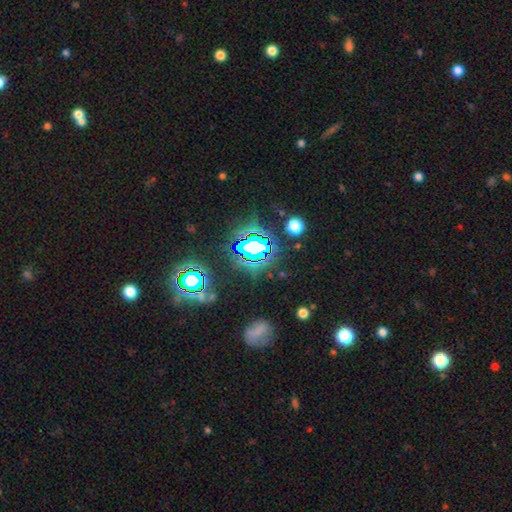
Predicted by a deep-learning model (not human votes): Overall: star or artifact (79%).